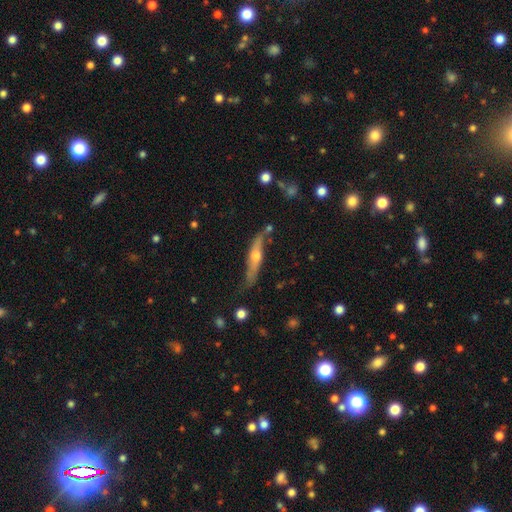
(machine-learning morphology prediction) This appears to be a featured or disk galaxy (65%) viewed edge-on (81%) with a rounded central bulge (88%). Merging: none (61%).